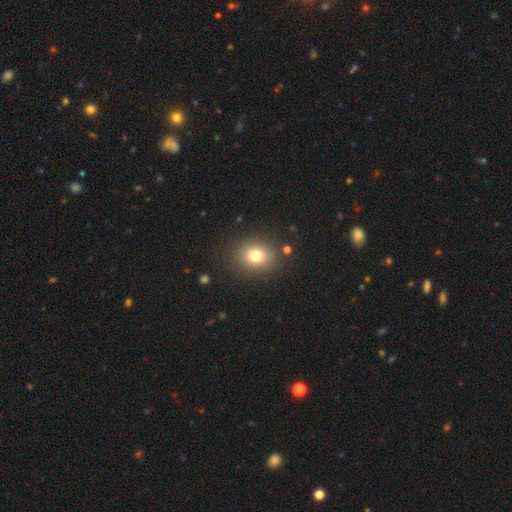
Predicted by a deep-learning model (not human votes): Q: Smooth or featured?
A: smooth (78%); runner-up: star or artifact (13%)
Q: How rounded?
A: round (67%); runner-up: in between (32%)
Q: Merging?
A: none (86%); runner-up: minor disturbance (8%)